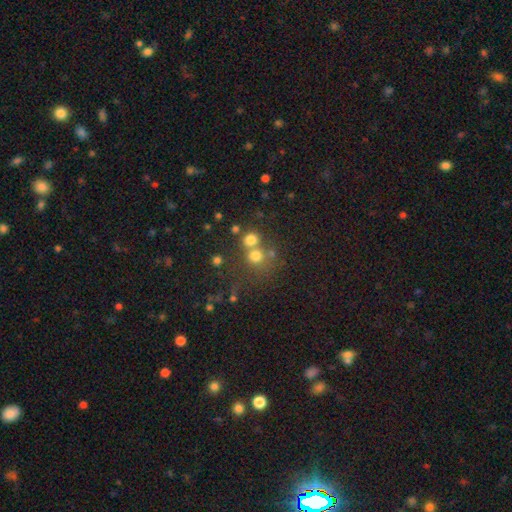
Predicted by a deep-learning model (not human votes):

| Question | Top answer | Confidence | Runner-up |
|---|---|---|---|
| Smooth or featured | smooth | 71% | star or artifact (19%) |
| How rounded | round | 87% | in between (12%) |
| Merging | none | 52% | merger (36%) |